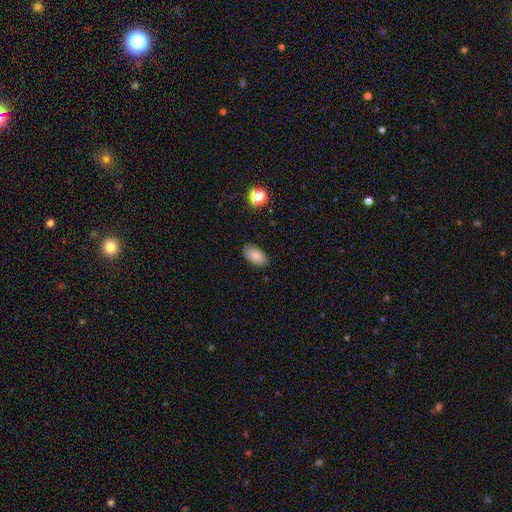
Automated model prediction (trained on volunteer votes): Smooth or featured? Predicted: smooth (p=0.80). How rounded? Predicted: in between (p=0.94). Merging? Predicted: none (p=0.85).